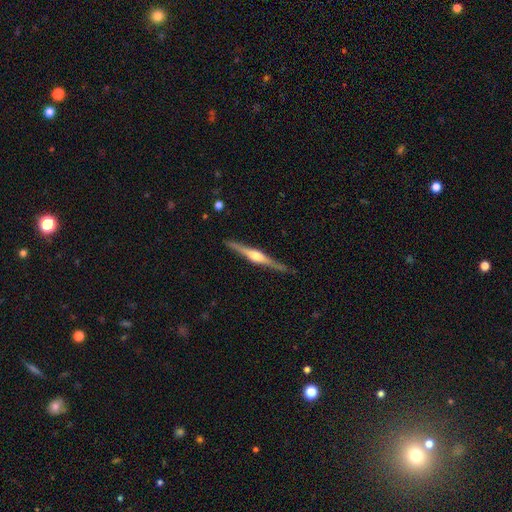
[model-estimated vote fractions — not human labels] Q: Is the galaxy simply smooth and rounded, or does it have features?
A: featured or disk — 82%.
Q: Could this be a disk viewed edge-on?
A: yes — 98%.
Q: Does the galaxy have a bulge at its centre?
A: rounded — 83%.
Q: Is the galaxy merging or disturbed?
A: none — 89%.